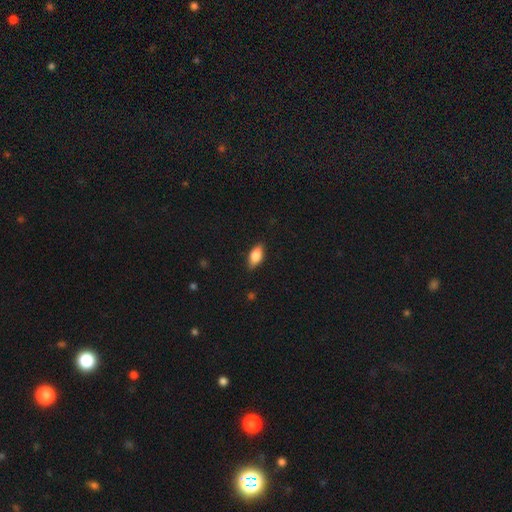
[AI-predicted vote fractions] smooth 76%, featured or disk 17%, star or artifact 7%. Down the decision tree: how rounded — in between (86%); merging — none (83%).